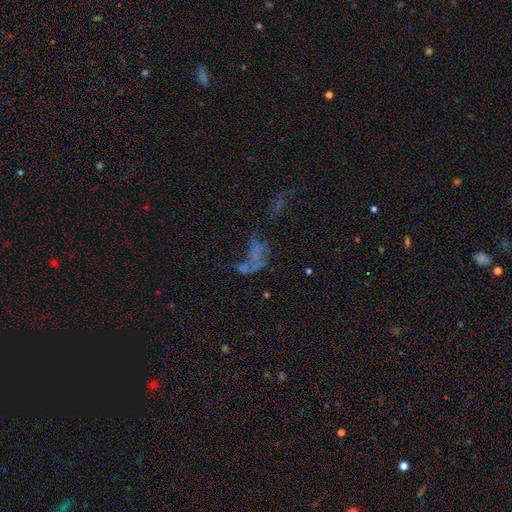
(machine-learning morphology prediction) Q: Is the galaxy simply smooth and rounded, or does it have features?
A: featured or disk — 38%.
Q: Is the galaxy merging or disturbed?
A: major disturbance — 36%.